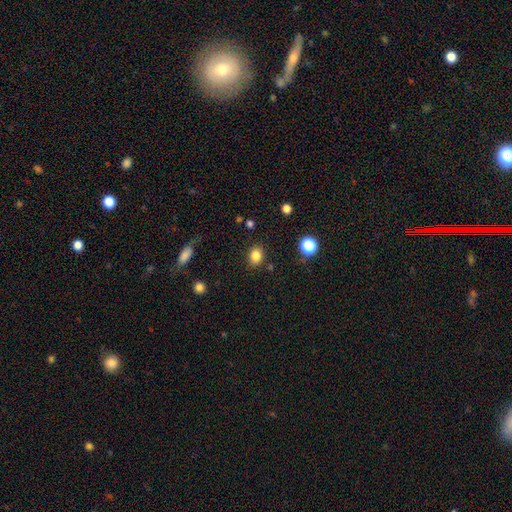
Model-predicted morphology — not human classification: Q: Smooth or featured?
A: smooth (83%); runner-up: star or artifact (11%)
Q: How rounded?
A: in between (53%); runner-up: round (46%)
Q: Merging?
A: none (85%); runner-up: minor disturbance (10%)